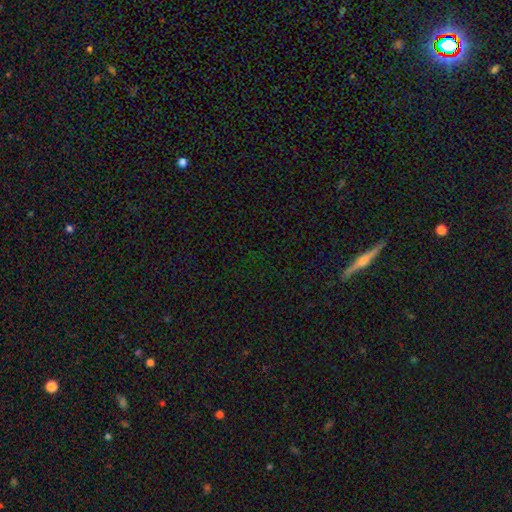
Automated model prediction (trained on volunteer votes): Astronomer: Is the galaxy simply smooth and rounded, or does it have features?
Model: star or artifact — 44% (runner-up: featured or disk, 32%).